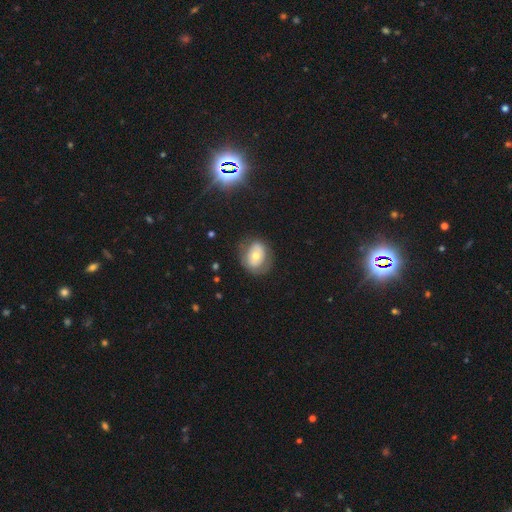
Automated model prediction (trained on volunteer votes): Smooth or featured? Predicted: smooth (p=0.52). How rounded? Predicted: in between (p=0.55). Merging? Predicted: none (p=0.69).